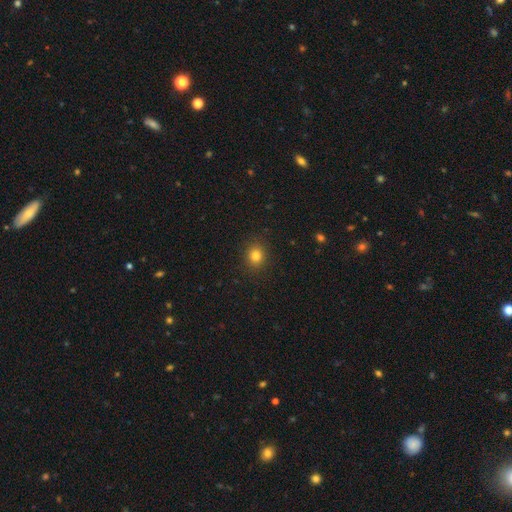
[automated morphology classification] Q: Smooth or featured?
A: smooth (81%); runner-up: star or artifact (13%)
Q: How rounded?
A: round (77%); runner-up: in between (22%)
Q: Merging?
A: none (90%); runner-up: minor disturbance (7%)